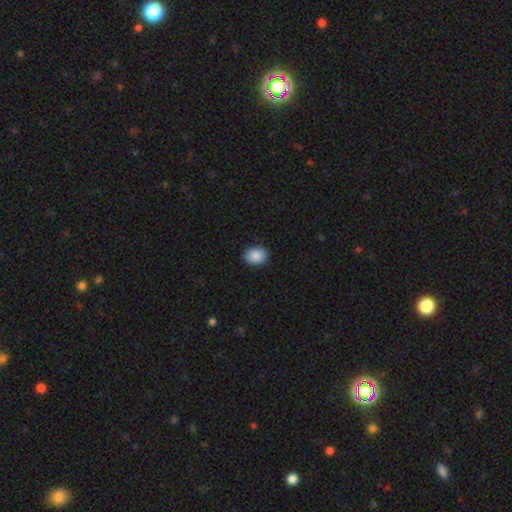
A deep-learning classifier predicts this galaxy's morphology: This is clearly a smooth galaxy (90%). How rounded: likely in between (61%). Merging: clearly none (90%).